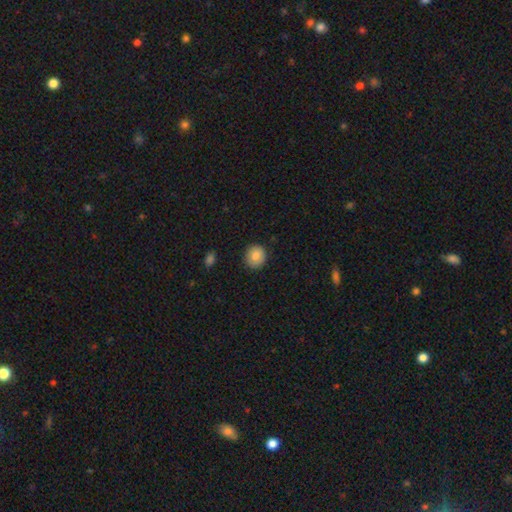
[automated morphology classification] This is clearly a smooth galaxy (83%). How rounded: clearly round (87%). Merging: clearly none (87%).